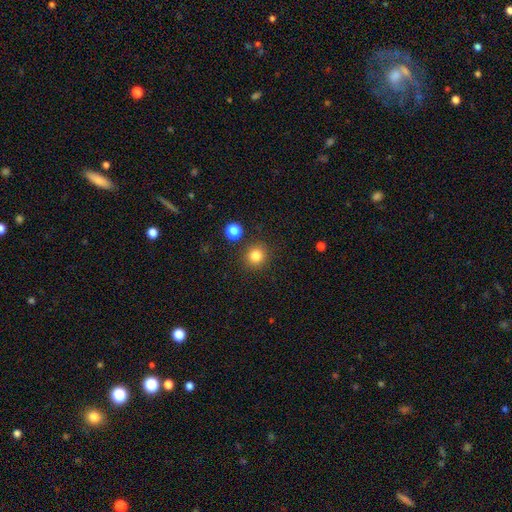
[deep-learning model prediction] This appears to be a smooth galaxy with no disk features (83%) that is round (92%). Merging: none (87%).